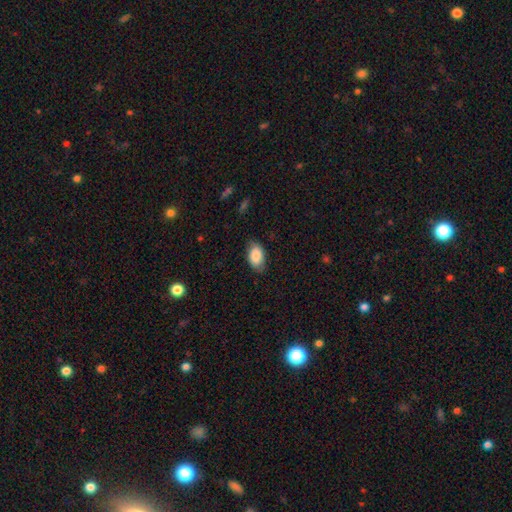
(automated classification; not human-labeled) Smooth or featured?
  - smooth: 86% *
  - featured or disk: 8%
  - star or artifact: 6%
How rounded?
  - in between: 92% *
  - round: 7%
  - cigar-shaped: 1%
Merging?
  - none: 77% *
  - minor disturbance: 18%
  - major disturbance: 4%
  - merger: 1%